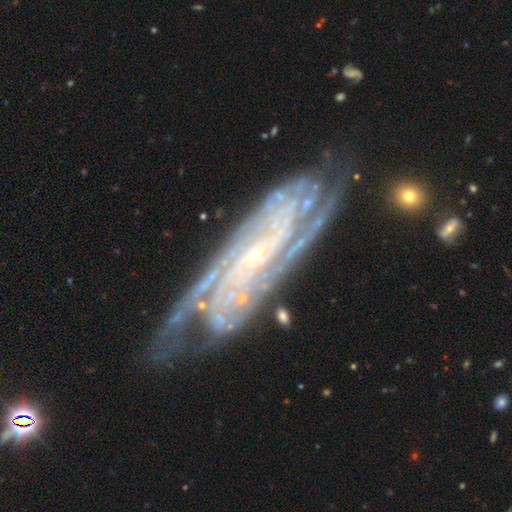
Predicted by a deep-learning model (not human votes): This appears to be a featured or disk galaxy (90%) with no bar (52%), tight (72%) spiral arms (98%) and a small central bulge (84%). Merging: none (68%).